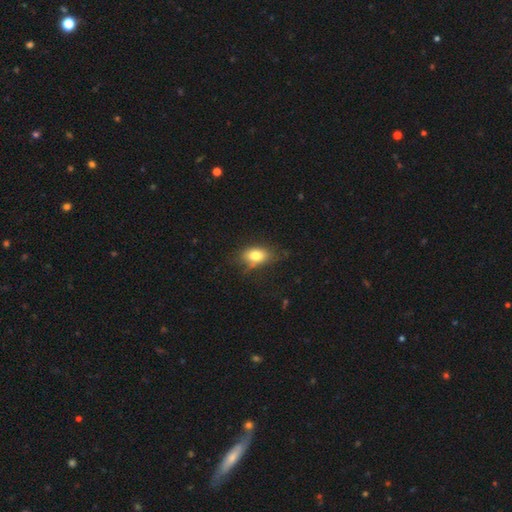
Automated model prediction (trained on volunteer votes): smooth-or-featured: smooth: 79% | featured or disk: 12% | star or artifact: 10%
  how-rounded: in between: 82% | round: 15% | cigar-shaped: 3%
  merging: none: 63% | minor disturbance: 25% | major disturbance: 9% | merger: 3%